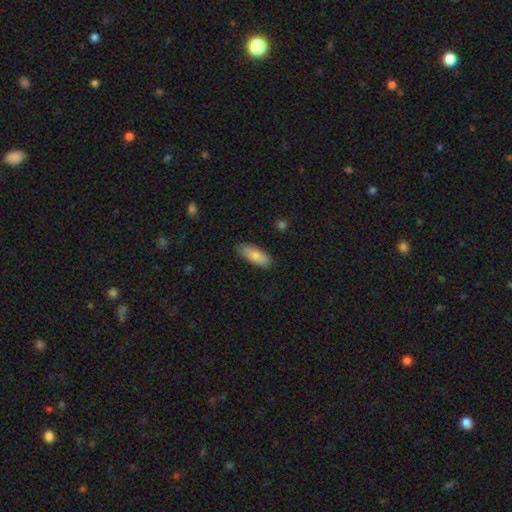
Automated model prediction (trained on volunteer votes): smooth_or_featured: smooth (p=0.81) [alt: featured or disk p=0.14]
how_rounded: in between (p=0.75) [alt: cigar-shaped p=0.23]
merging: none (p=0.82) [alt: minor disturbance p=0.14]